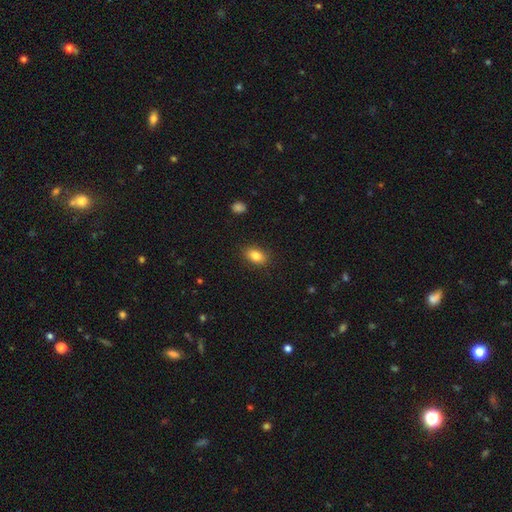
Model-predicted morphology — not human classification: This is clearly a smooth galaxy (84%). How rounded: clearly in between (83%). Merging: clearly none (87%).